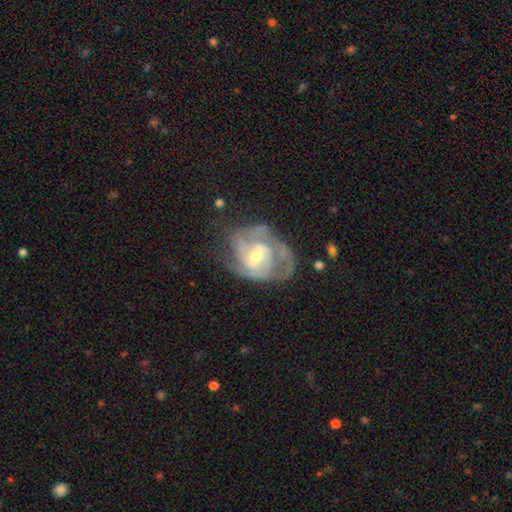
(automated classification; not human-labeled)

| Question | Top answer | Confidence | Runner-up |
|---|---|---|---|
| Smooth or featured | featured or disk | 85% | smooth (10%) |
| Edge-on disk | no | 97% | yes (3%) |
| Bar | weak | 47% | no (40%) |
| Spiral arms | yes | 92% | no (8%) |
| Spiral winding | tight | 46% | medium (42%) |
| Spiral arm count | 2 | 40% | can't tell (25%) |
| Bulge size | moderate | 48% | small (47%) |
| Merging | none | 50% | minor disturbance (25%) |